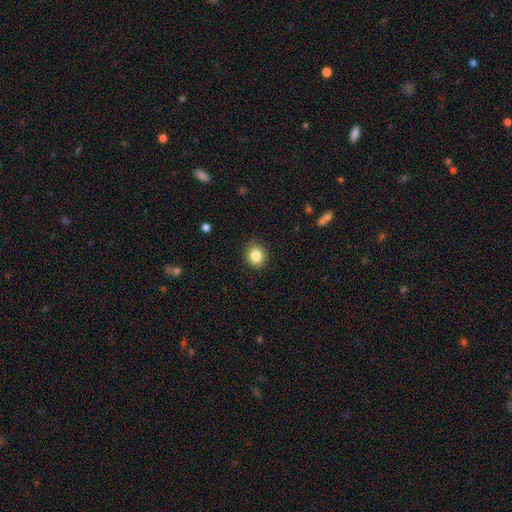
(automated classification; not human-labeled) Smooth or featured? Predicted: smooth (p=0.84). How rounded? Predicted: round (p=0.72). Merging? Predicted: none (p=0.86).